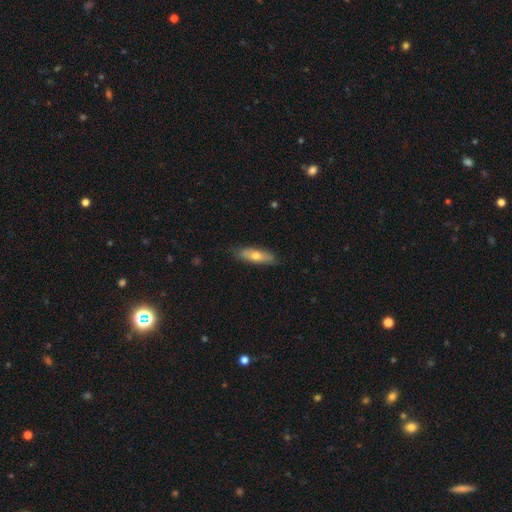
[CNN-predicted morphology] smooth 64%, featured or disk 31%, star or artifact 6%. Down the decision tree: how rounded — cigar-shaped (51%); merging — none (82%).